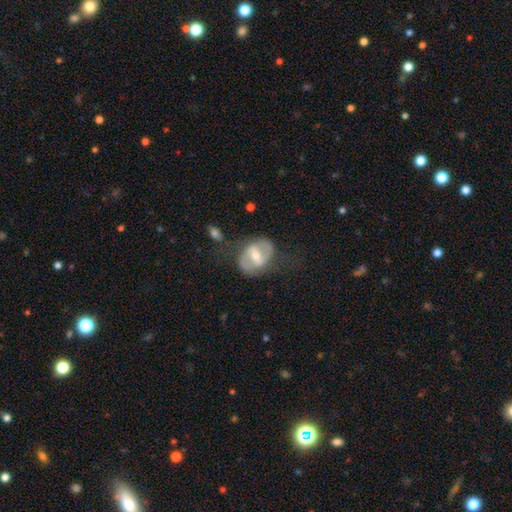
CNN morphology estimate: Smooth or featured? Predicted: featured or disk (p=0.67). Edge-on disk? Predicted: no (p=0.95). Bar? Predicted: strong (p=0.47). Spiral arms? Predicted: yes (p=0.63). Bulge size? Predicted: moderate (p=0.61). Merging? Predicted: none (p=0.61).